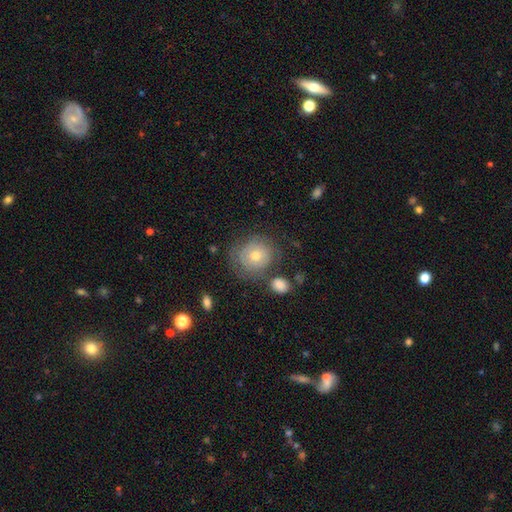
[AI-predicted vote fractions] This is possibly a smooth galaxy (51%). How rounded: clearly round (85%). Merging: likely none (68%).